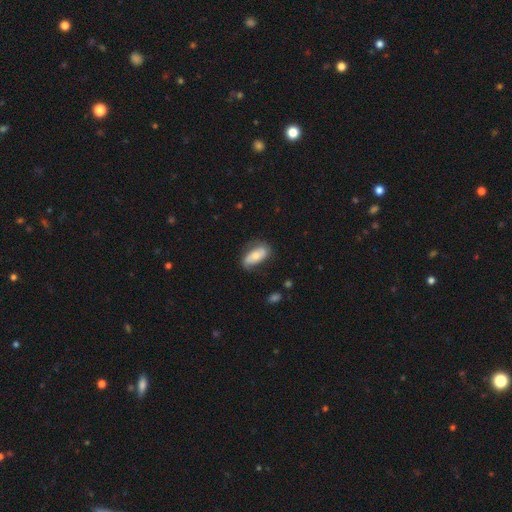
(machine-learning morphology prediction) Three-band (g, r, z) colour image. It shows a smooth galaxy with no disk features (53%) that is in between round and cigar-shaped (88%). Merging: none (68%).